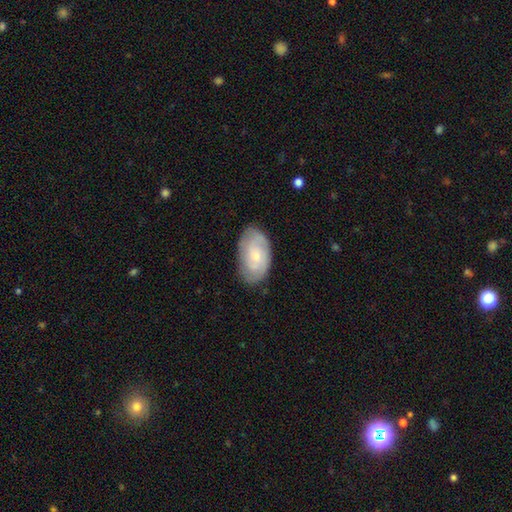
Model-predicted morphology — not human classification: Overall: featured or disk (61%; smooth 32%). Edge-on disk: no (95%). Bar: no (71%). Spiral arms: yes (86%). Spiral arm count: 2 (41%; can't tell 36%). Spiral winding: tight (58%; medium 33%). Bulge size: small (65%; moderate 30%). Merging: none (79%).